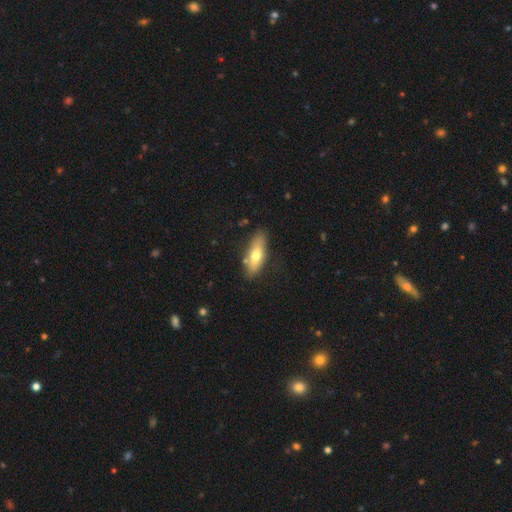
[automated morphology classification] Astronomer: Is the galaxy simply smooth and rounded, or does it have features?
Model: smooth — 65%.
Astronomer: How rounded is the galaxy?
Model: in between — 64%.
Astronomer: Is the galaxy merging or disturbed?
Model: none — 79%.